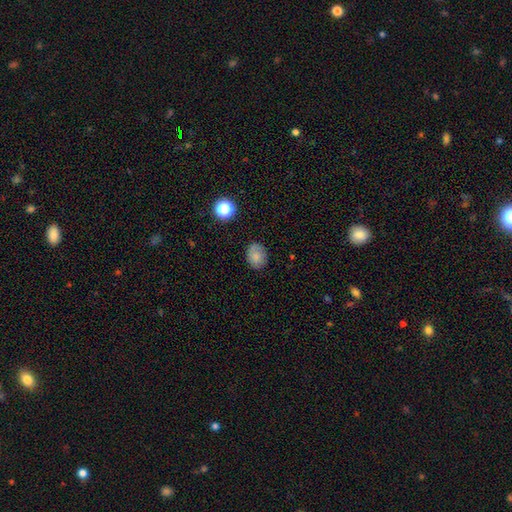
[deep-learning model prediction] Smooth or featured? smooth (78%)
How rounded? in between (53%)
Merging? none (79%)